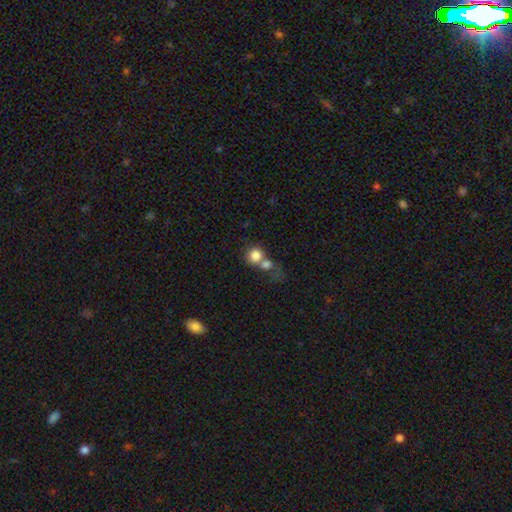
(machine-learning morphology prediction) Smooth or featured? Predicted: smooth (p=0.79). How rounded? Predicted: round (p=0.85). Merging? Predicted: merger (p=0.56).